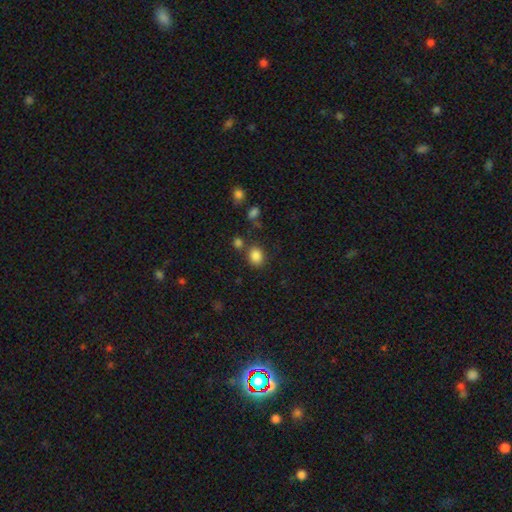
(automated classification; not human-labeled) Smooth or featured: smooth — 85% (star or artifact — 11%)
How rounded: round — 50% (in between — 49%)
Merging: none — 72% (minor disturbance — 13%)